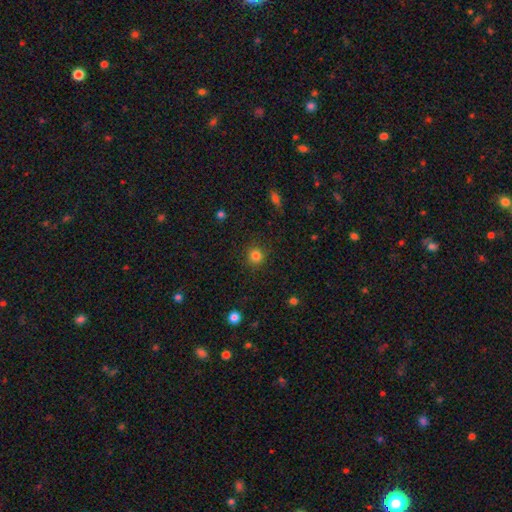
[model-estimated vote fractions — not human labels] The model was most divided on "smooth or featured": smooth: 83%, star or artifact: 13%, featured or disk: 5%. More confident: how rounded — round (93%); merging — none (90%).